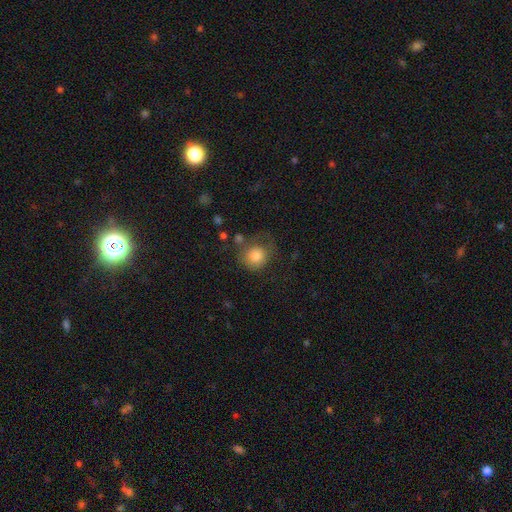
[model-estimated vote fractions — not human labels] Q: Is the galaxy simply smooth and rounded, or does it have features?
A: smooth — 81%.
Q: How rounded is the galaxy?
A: round — 82%.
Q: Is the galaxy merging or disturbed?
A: none — 48%.